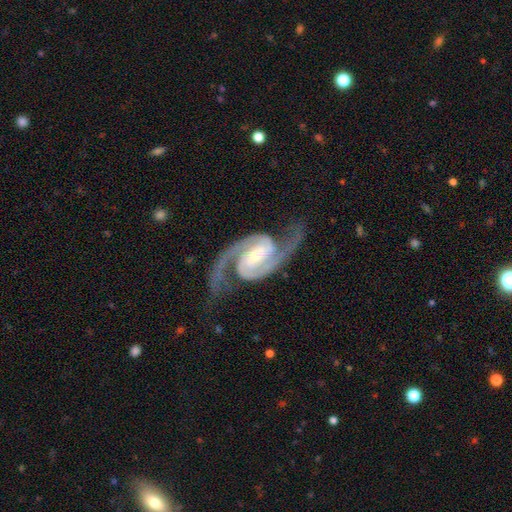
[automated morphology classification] smooth_or_featured: featured or disk (p=0.94) [alt: star or artifact p=0.03]
disk_edge_on: no (p=0.98) [alt: yes p=0.02]
bar: strong (p=0.43) [alt: weak p=0.41]
has_spiral_arms: yes (p=0.99) [alt: no p=0.01]
spiral_winding: medium (p=0.62) [alt: tight p=0.24]
spiral_arm_count: 2 (p=0.95) [alt: 3 p=0.01]
bulge_size: small (p=0.52) [alt: moderate p=0.38]
merging: none (p=0.79) [alt: minor disturbance p=0.13]